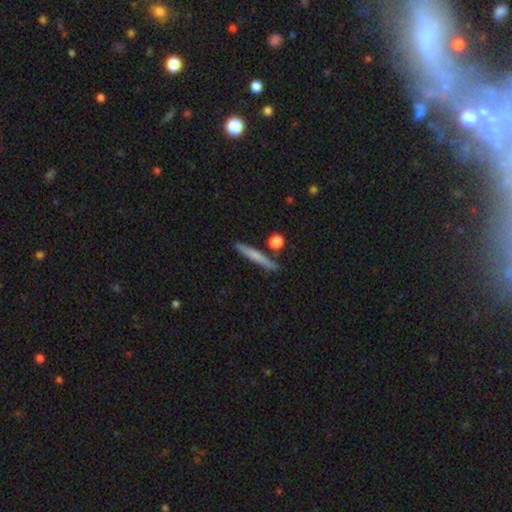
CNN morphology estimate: A smooth galaxy with no disk features (62%) that is cigar-shaped (93%). Merging: none (82%).